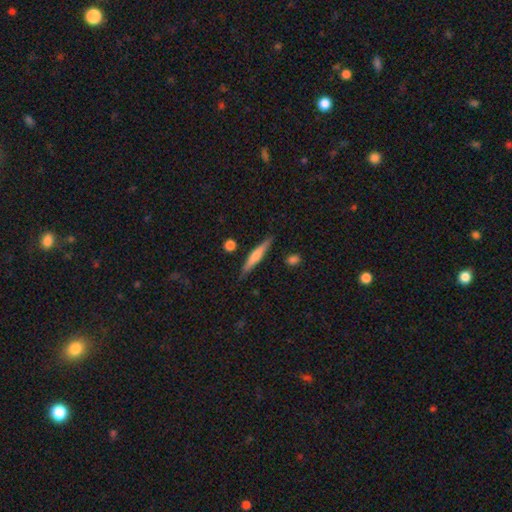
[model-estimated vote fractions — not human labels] Q: Smooth or featured?
A: smooth (49%); runner-up: featured or disk (45%)
Q: Merging?
A: none (87%); runner-up: minor disturbance (9%)